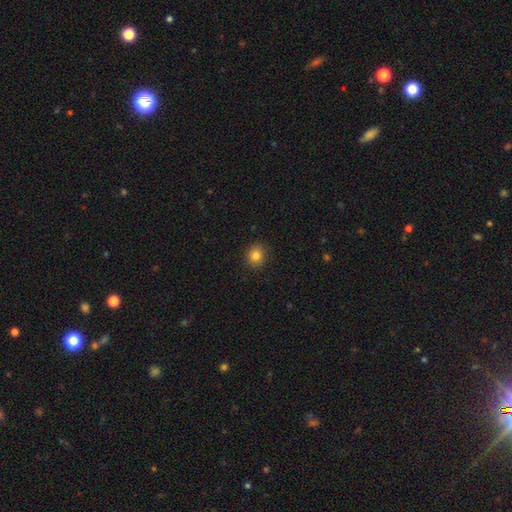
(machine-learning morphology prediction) Q: Smooth or featured?
A: smooth (83%); runner-up: star or artifact (11%)
Q: How rounded?
A: round (75%); runner-up: in between (24%)
Q: Merging?
A: none (90%); runner-up: minor disturbance (7%)